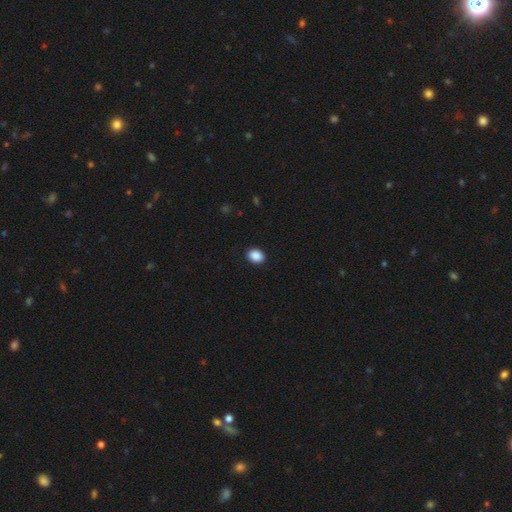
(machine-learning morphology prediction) Overall: smooth (89%). How rounded: in between (58%; round 41%). Merging: none (91%).